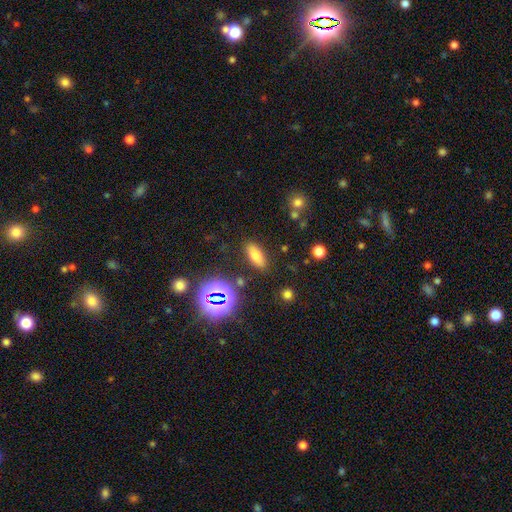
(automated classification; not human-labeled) Overall: smooth (73%). How rounded: in between (72%). Merging: none (84%).